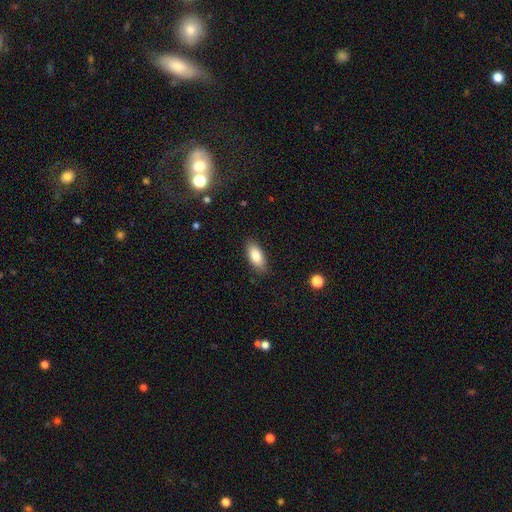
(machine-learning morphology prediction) smooth_or_featured: smooth (p=0.83) [alt: featured or disk p=0.11]
how_rounded: in between (p=0.87) [alt: cigar-shaped p=0.11]
merging: none (p=0.84) [alt: minor disturbance p=0.12]